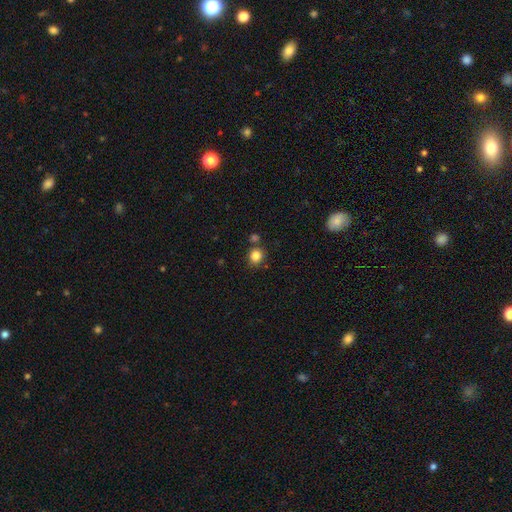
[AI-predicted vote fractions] This appears to be a smooth galaxy with no disk features (84%) that is round (83%). Merging: none (75%).